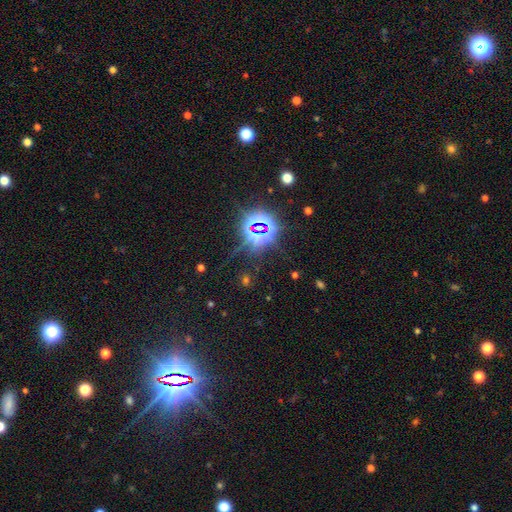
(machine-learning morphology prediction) Q: Smooth or featured?
A: star or artifact (82%); runner-up: smooth (12%)